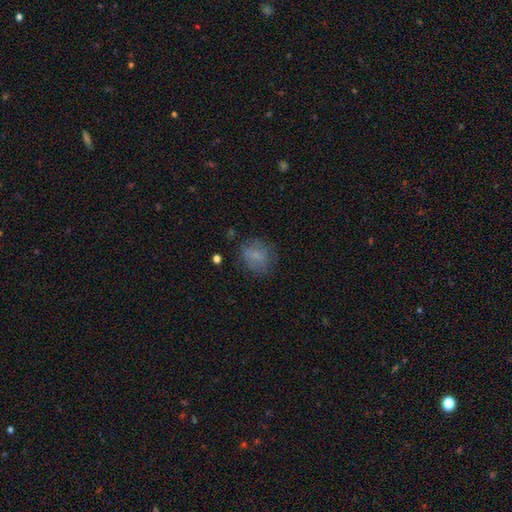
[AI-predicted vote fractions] smooth 70%, featured or disk 18%, star or artifact 12%. Down the decision tree: how rounded — round (63%); merging — none (68%).